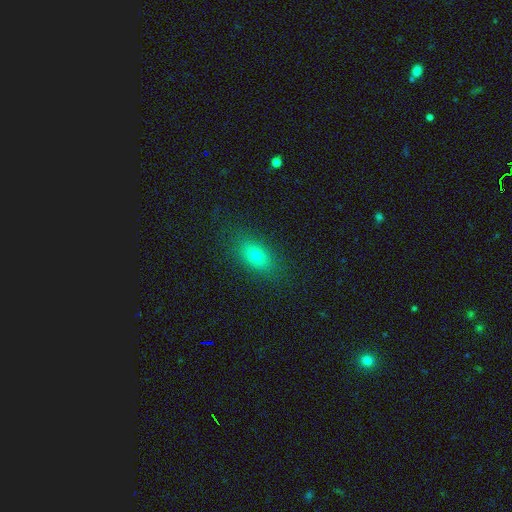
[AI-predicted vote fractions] Smooth or featured? Predicted: smooth (p=0.75). How rounded? Predicted: in between (p=0.81). Merging? Predicted: none (p=0.84).